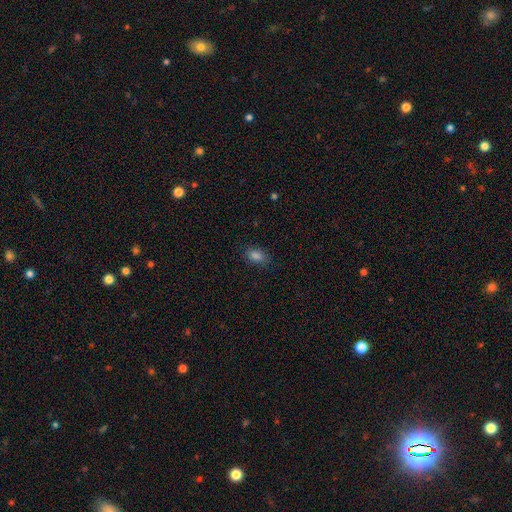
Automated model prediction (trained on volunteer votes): smooth 85%, star or artifact 10%, featured or disk 5%. Down the decision tree: how rounded — in between (88%); merging — none (85%).